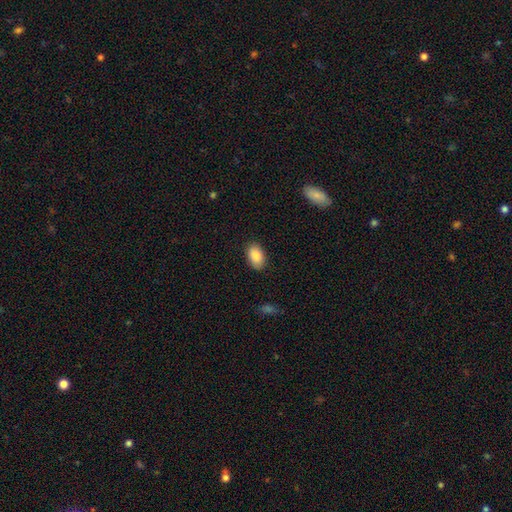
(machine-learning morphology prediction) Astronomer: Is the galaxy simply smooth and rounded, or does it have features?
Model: smooth — 88%.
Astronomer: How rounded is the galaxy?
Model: in between — 91%.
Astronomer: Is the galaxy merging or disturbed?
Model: none — 87%.